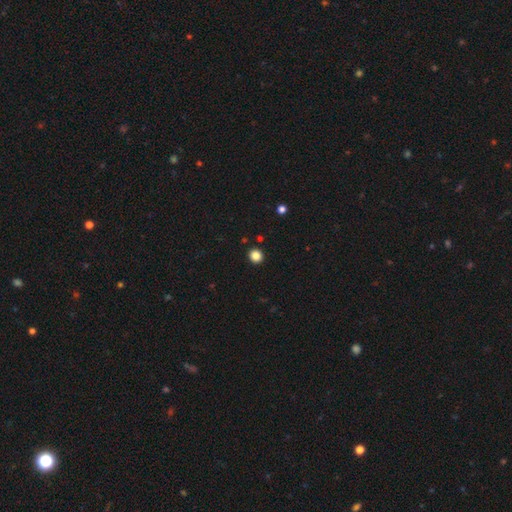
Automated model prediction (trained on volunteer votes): Smooth or featured? smooth (86%)
How rounded? round (87%)
Merging? none (92%)